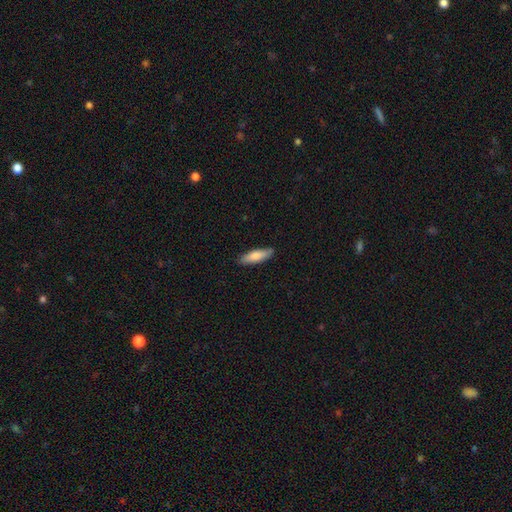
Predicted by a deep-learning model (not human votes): The model was most divided on "how rounded": cigar-shaped: 59%, in between: 39%, round: 2%. More confident: merging — none (87%); smooth or featured — smooth (79%).